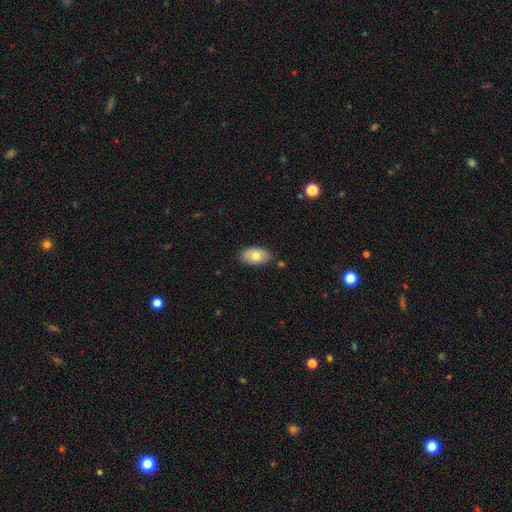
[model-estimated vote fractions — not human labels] smooth-or-featured: smooth: 75% | featured or disk: 18% | star or artifact: 7%
  how-rounded: in between: 92% | round: 6% | cigar-shaped: 2%
  merging: none: 84% | minor disturbance: 12% | major disturbance: 2% | merger: 2%